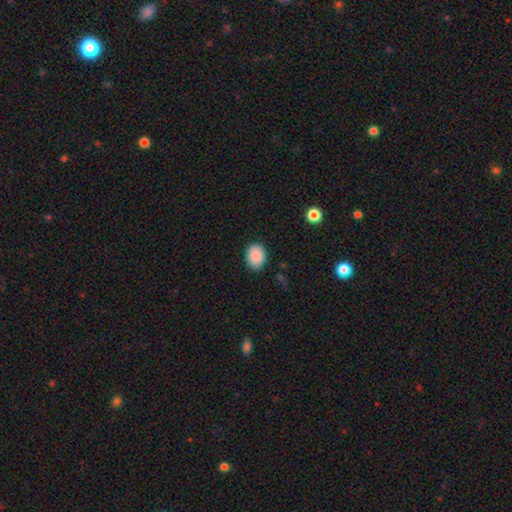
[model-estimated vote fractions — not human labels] A smooth galaxy with no disk features (89%) that is in between round and cigar-shaped (64%).

Vote fractions:
- Smooth or featured? smooth: 89% / star or artifact: 7% / featured or disk: 4%
- How rounded? in between: 64% / round: 36% / cigar-shaped: 1%
- Merging? none: 86% / minor disturbance: 10% / major disturbance: 2% / merger: 1%